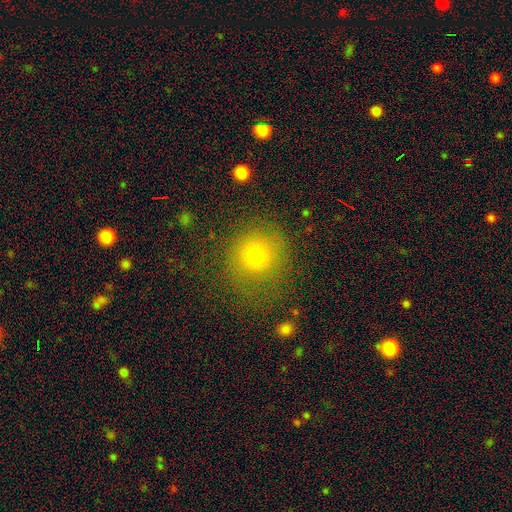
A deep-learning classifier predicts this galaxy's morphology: The model was most divided on "smooth or featured": smooth: 74%, star or artifact: 16%, featured or disk: 11%. More confident: how rounded — round (89%); merging — none (76%).